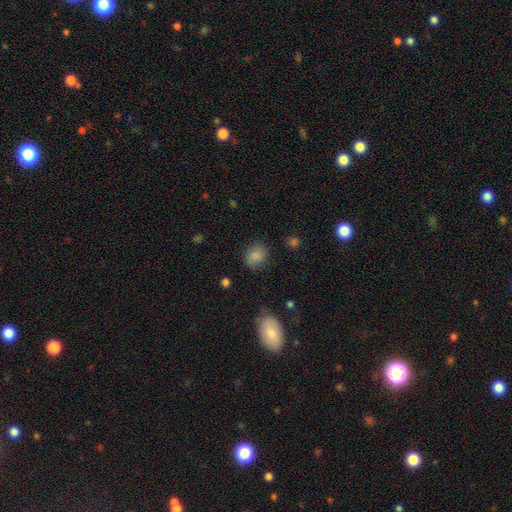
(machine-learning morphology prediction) smooth-or-featured: smooth: 82% | star or artifact: 10% | featured or disk: 9%
  how-rounded: round: 60% | in between: 39% | cigar-shaped: 1%
  merging: none: 77% | minor disturbance: 17% | major disturbance: 5% | merger: 2%